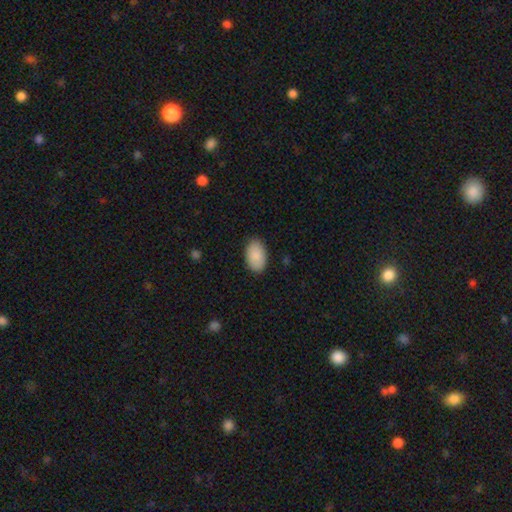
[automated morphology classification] Q: Smooth or featured?
A: smooth (90%); runner-up: star or artifact (6%)
Q: How rounded?
A: in between (94%); runner-up: round (5%)
Q: Merging?
A: none (87%); runner-up: minor disturbance (10%)